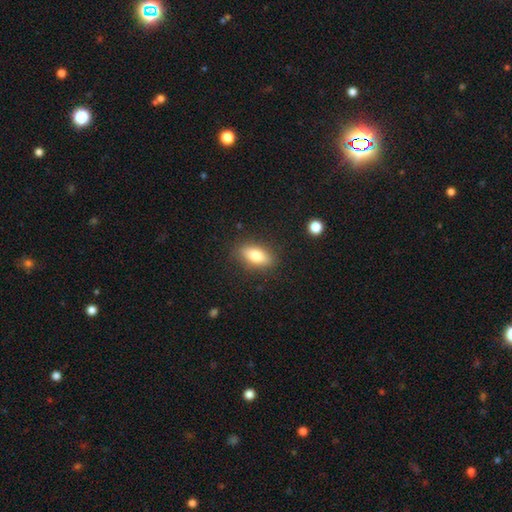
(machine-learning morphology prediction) smooth 75%, featured or disk 17%, star or artifact 8%. Down the decision tree: how rounded — in between (80%); merging — none (86%).